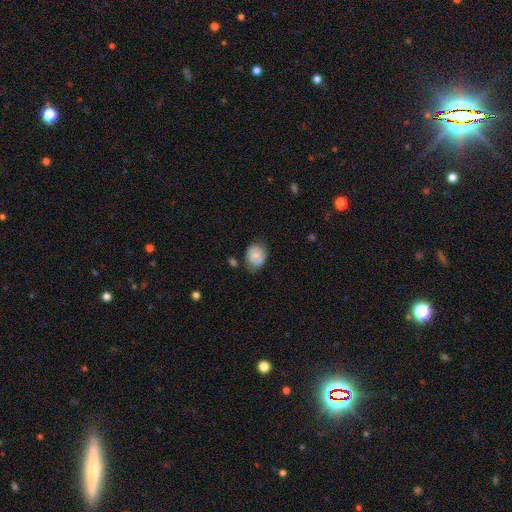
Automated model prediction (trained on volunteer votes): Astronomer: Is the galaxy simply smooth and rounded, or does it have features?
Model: smooth — 70%.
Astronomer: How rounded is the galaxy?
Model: round — 54% (runner-up: in between, 45%).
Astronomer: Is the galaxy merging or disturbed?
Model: none — 64%.